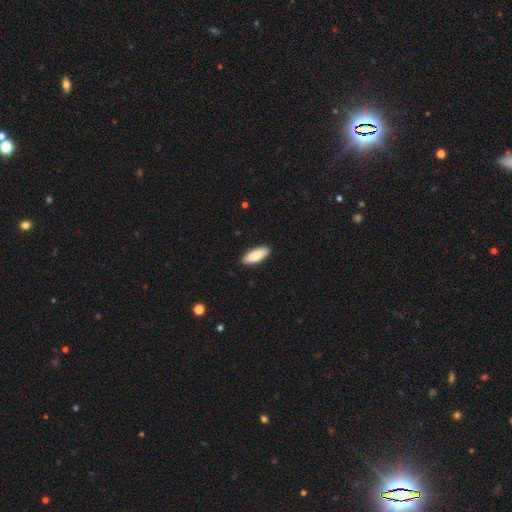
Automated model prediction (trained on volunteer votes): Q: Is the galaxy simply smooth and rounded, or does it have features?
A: smooth — 88%.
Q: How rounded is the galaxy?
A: in between — 77%.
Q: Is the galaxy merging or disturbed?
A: none — 90%.